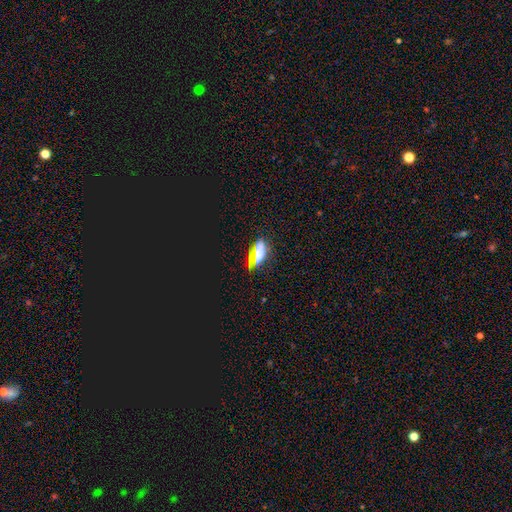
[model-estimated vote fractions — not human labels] smooth 56%, star or artifact 32%, featured or disk 12%. Down the decision tree: how rounded — in between (84%); merging — none (74%).